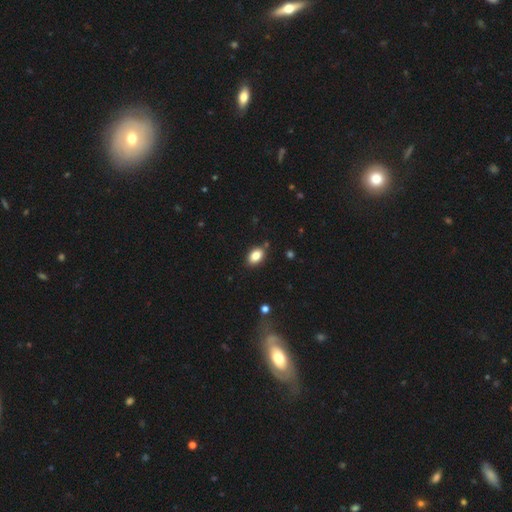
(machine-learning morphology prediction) The model was most divided on "merging": none: 83%, minor disturbance: 12%, merger: 2%, major disturbance: 2%. More confident: how rounded — in between (87%); smooth or featured — smooth (85%).